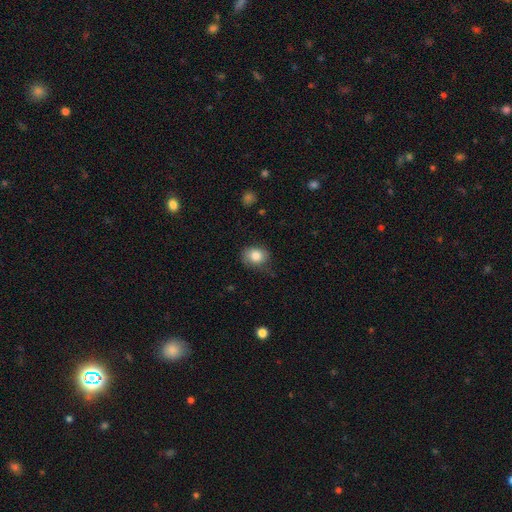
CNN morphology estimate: Smooth or featured?
  - smooth: 81% *
  - featured or disk: 10%
  - star or artifact: 8%
How rounded?
  - round: 55% *
  - in between: 44%
  - cigar-shaped: 1%
Merging?
  - none: 64% *
  - minor disturbance: 27%
  - major disturbance: 8%
  - merger: 1%